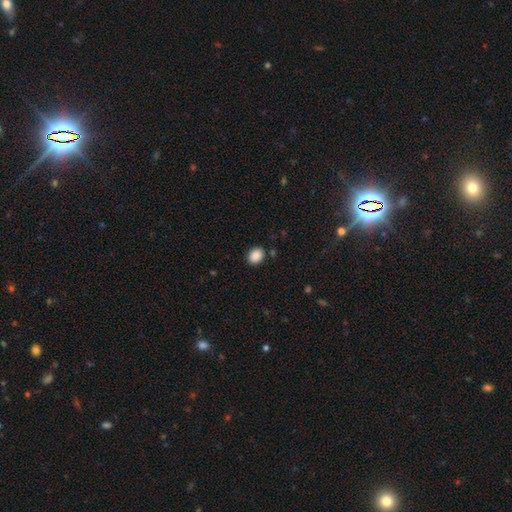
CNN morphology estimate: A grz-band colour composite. It shows a smooth galaxy with no disk features (89%) that is in between round and cigar-shaped (58%). Merging: none (86%).